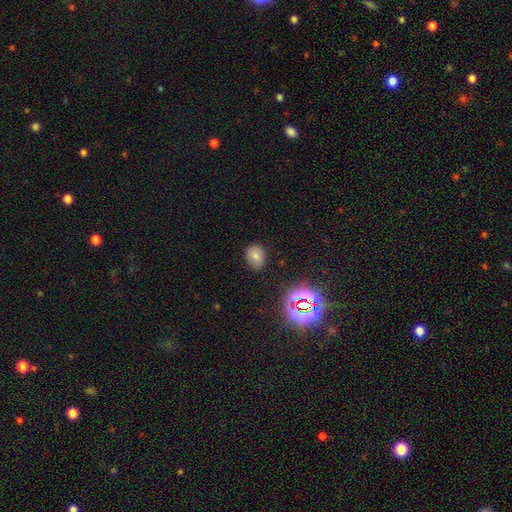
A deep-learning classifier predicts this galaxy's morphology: smooth 71%, star or artifact 18%, featured or disk 11%. Down the decision tree: how rounded — in between (55%); merging — none (83%).